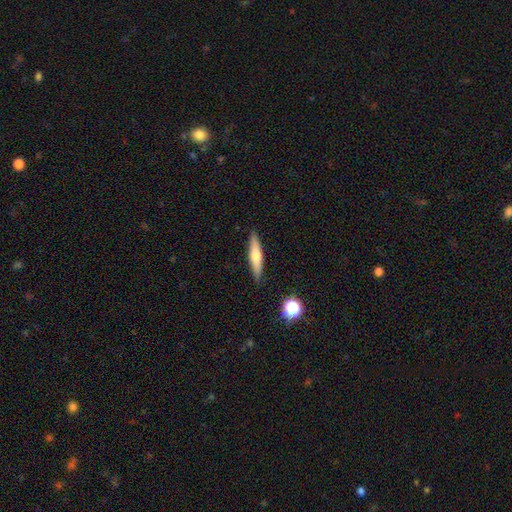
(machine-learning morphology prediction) Smooth or featured? smooth (52%)
How rounded? cigar-shaped (83%)
Merging? none (89%)